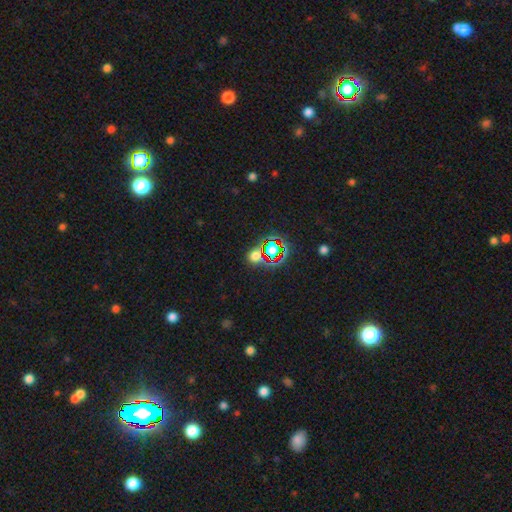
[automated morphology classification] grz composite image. It shows a smooth galaxy with no disk features (48%). Merging: none (70%).